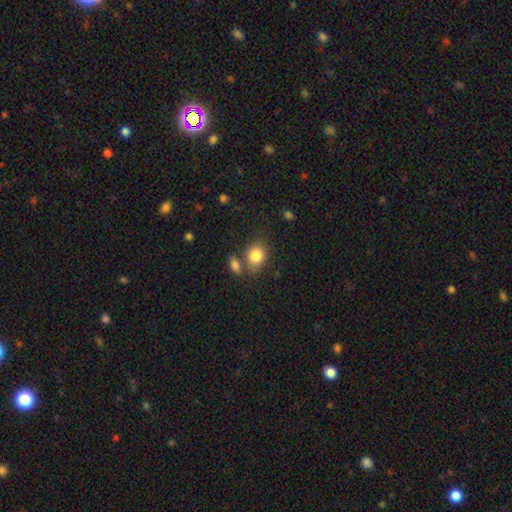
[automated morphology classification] A smooth galaxy with no disk features (83%) that is in between round and cigar-shaped (53%). Merging: none (62%).